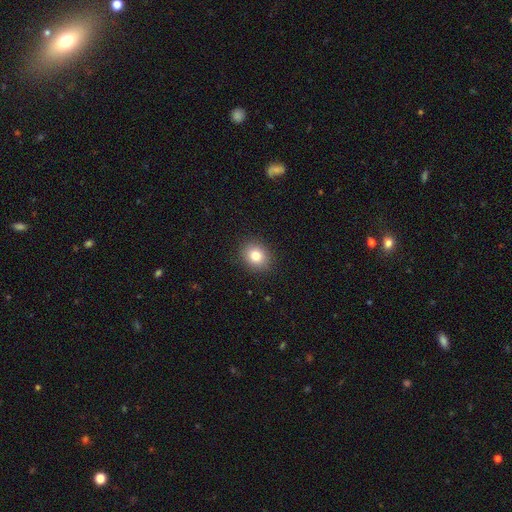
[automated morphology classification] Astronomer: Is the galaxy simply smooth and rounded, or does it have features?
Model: smooth — 81%.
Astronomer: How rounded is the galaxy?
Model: round — 62%.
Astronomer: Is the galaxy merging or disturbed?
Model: none — 90%.